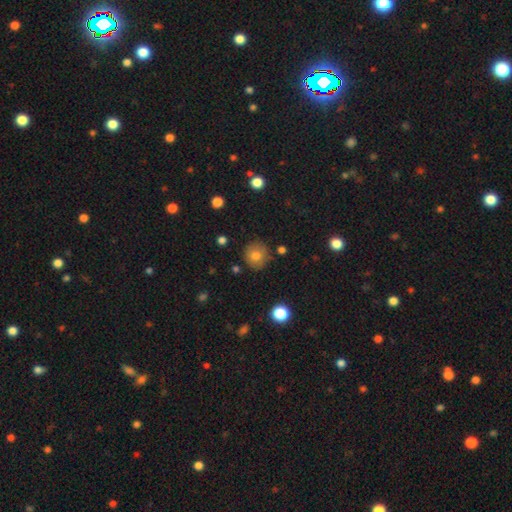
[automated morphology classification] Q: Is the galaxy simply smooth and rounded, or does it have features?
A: smooth — 78%.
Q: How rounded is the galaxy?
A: round — 88%.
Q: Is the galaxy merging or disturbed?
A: none — 84%.